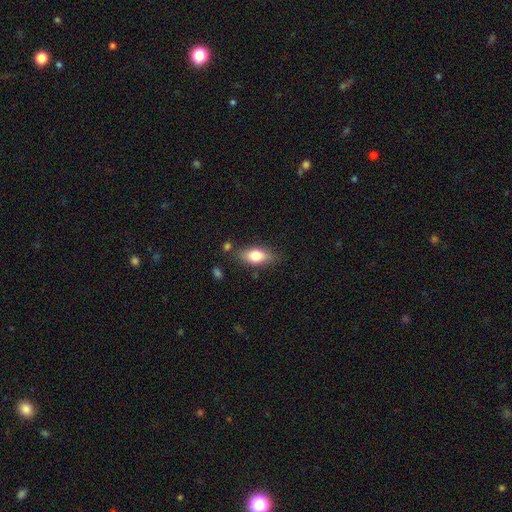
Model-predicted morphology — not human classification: type=smooth (75%); roundness=in between (83%); merging=none (79%).